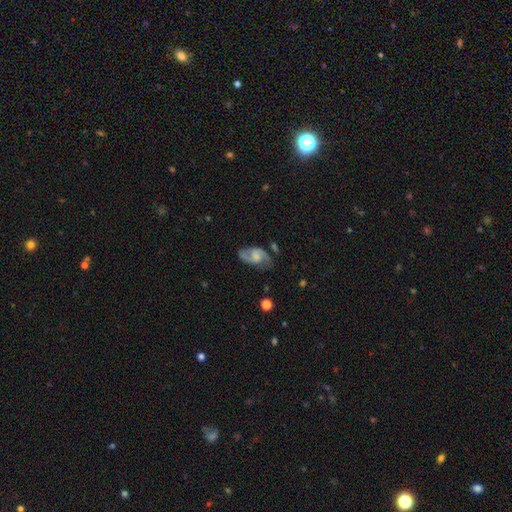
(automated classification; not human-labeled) smooth_or_featured: featured or disk (p=0.72) [alt: smooth p=0.21]
disk_edge_on: no (p=0.96) [alt: yes p=0.04]
bar: no (p=0.48) [alt: weak p=0.44]
has_spiral_arms: yes (p=0.92) [alt: no p=0.08]
spiral_winding: medium (p=0.50) [alt: loose p=0.32]
spiral_arm_count: 2 (p=0.88) [alt: can't tell p=0.07]
bulge_size: small (p=0.40) [alt: moderate p=0.36]
merging: none (p=0.68) [alt: minor disturbance p=0.21]